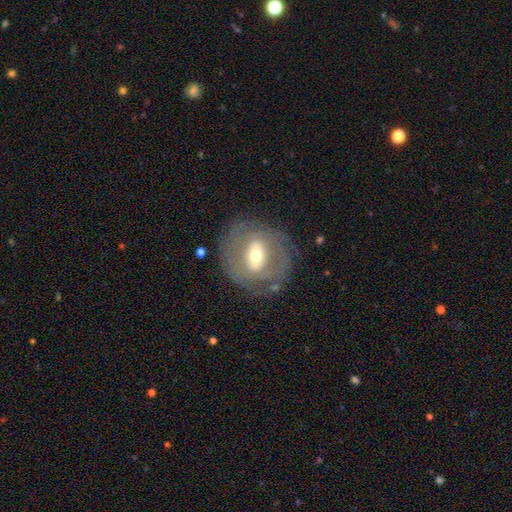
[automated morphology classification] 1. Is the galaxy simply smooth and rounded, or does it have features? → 67% featured or disk, 26% smooth, 7% star or artifact.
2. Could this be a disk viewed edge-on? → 94% no, 6% yes.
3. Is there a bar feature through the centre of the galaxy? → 40% weak, 33% strong, 26% no.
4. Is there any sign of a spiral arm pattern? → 51% no, 49% yes.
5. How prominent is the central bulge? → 62% moderate, 28% small, 8% large, 1% dominant, 1% none.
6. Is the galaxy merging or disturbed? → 75% none, 15% minor disturbance, 9% major disturbance, 2% merger.